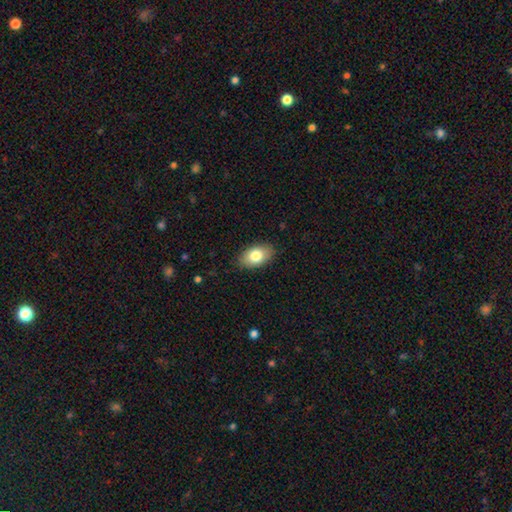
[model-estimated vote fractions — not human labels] smooth-or-featured: smooth: 81% | featured or disk: 12% | star or artifact: 7%
  how-rounded: in between: 91% | round: 7% | cigar-shaped: 1%
  merging: none: 86% | minor disturbance: 11% | major disturbance: 2% | merger: 1%